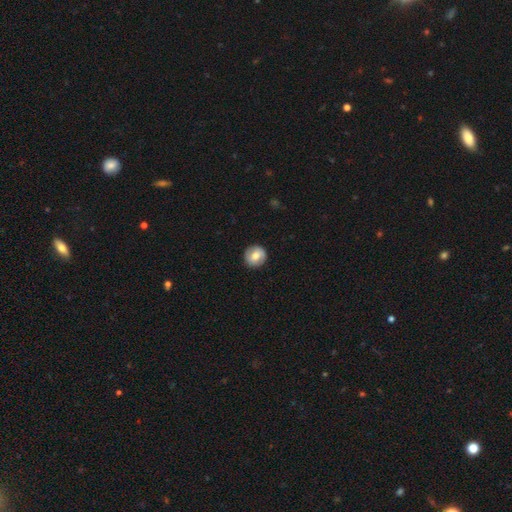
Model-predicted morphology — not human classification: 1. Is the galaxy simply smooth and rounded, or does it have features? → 67% smooth, 25% featured or disk, 8% star or artifact.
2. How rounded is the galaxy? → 92% round, 7% in between, 1% cigar-shaped.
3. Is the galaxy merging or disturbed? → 89% none, 8% minor disturbance, 2% major disturbance, 1% merger.